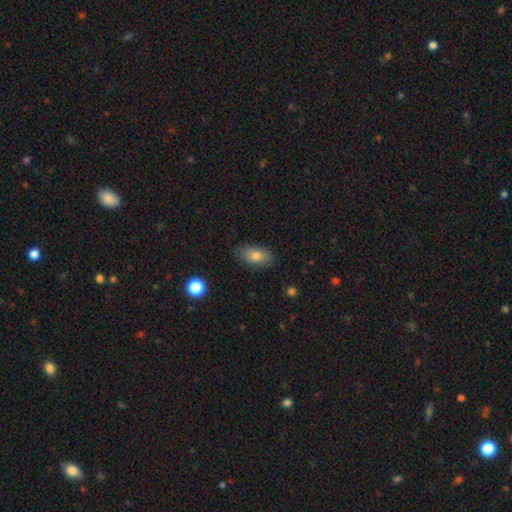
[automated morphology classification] Smooth or featured?
  - smooth: 79% *
  - featured or disk: 13%
  - star or artifact: 8%
How rounded?
  - in between: 90% *
  - round: 6%
  - cigar-shaped: 4%
Merging?
  - none: 84% *
  - minor disturbance: 12%
  - major disturbance: 3%
  - merger: 1%